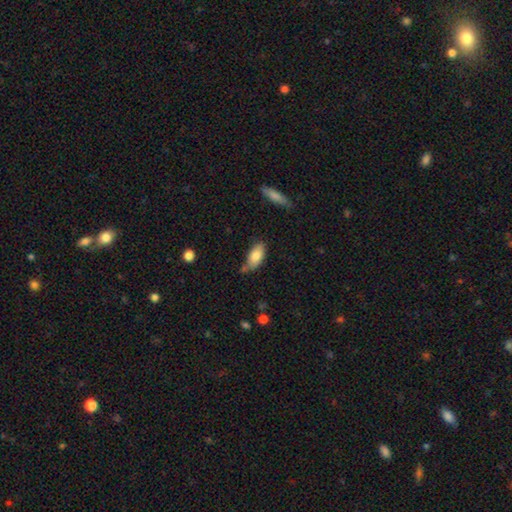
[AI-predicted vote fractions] A smooth galaxy with no disk features (82%) that is in between round and cigar-shaped (88%). Merging: none (60%).